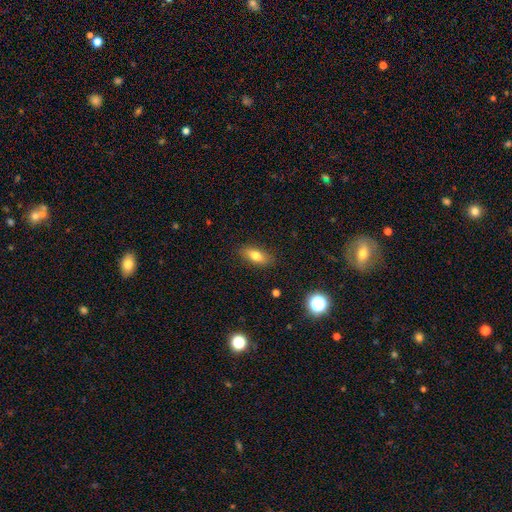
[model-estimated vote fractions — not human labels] smooth 76%, featured or disk 15%, star or artifact 9%. Down the decision tree: how rounded — in between (78%); merging — none (87%).